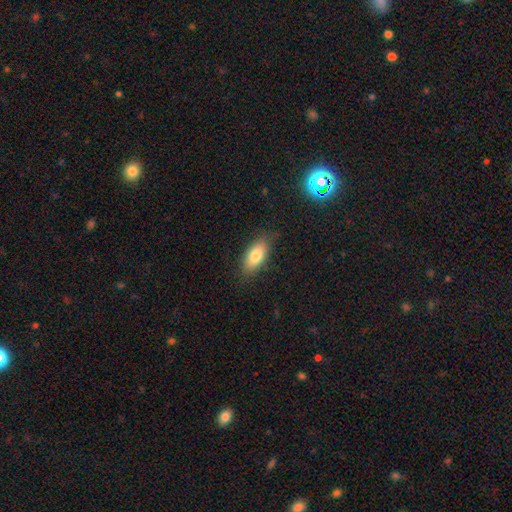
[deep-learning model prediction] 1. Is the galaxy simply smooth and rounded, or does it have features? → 78% smooth, 15% featured or disk, 8% star or artifact.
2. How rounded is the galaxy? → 86% in between, 10% cigar-shaped, 4% round.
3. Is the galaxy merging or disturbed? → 80% none, 15% minor disturbance, 3% major disturbance, 1% merger.